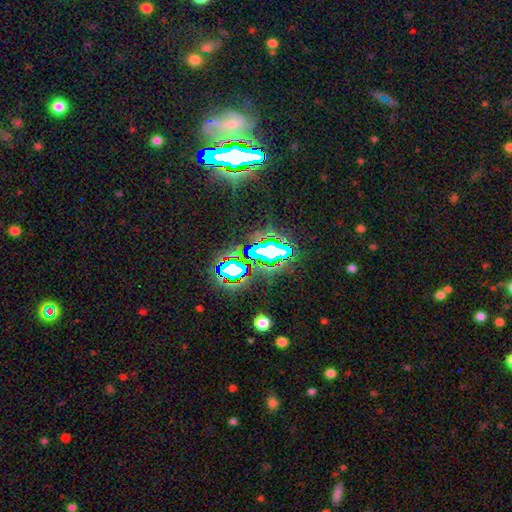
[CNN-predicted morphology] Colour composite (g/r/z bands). It shows a star or artifact, not a galaxy (79%).